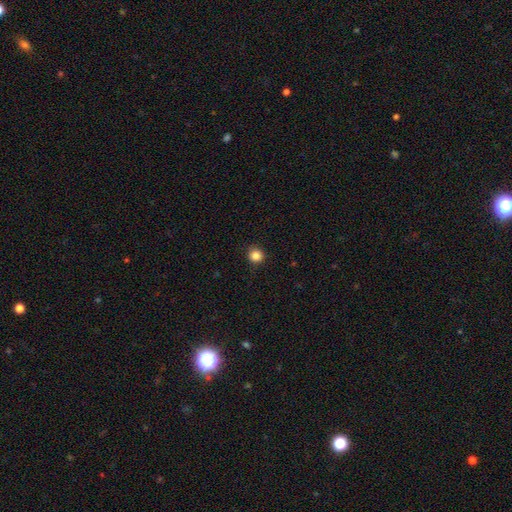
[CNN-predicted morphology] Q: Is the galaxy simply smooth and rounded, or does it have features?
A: smooth — 85%.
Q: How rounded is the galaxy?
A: round — 93%.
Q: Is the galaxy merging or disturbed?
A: none — 90%.